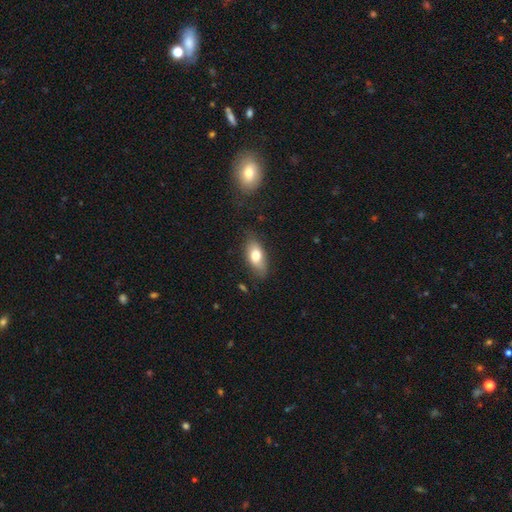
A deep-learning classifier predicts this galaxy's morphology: A smooth galaxy with no disk features (74%) that is in between round and cigar-shaped (86%).

Vote fractions:
- Smooth or featured? smooth: 74% / featured or disk: 19% / star or artifact: 7%
- How rounded? in between: 86% / cigar-shaped: 10% / round: 4%
- Merging? none: 76% / minor disturbance: 18% / major disturbance: 4% / merger: 2%